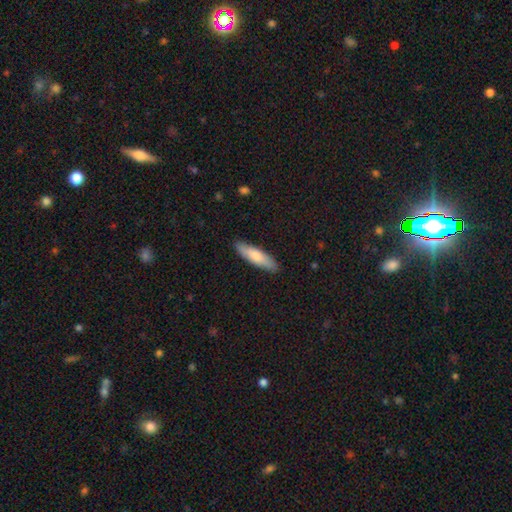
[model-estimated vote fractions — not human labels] A smooth galaxy with no disk features (74%) that is cigar-shaped (66%). Merging: none (88%).